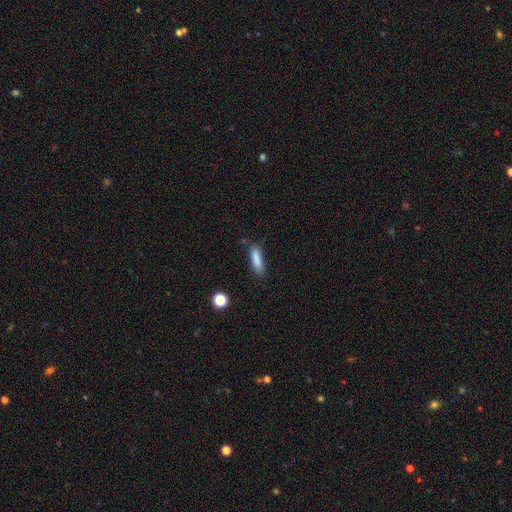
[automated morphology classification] smooth-or-featured: smooth: 80% | star or artifact: 10% | featured or disk: 10%
  how-rounded: cigar-shaped: 74% | in between: 23% | round: 2%
  merging: none: 80% | minor disturbance: 14% | major disturbance: 4% | merger: 3%